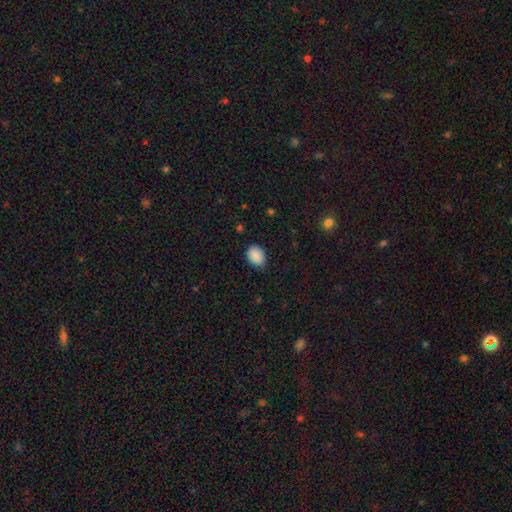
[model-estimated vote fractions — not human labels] Smooth or featured? Predicted: smooth (p=0.89). How rounded? Predicted: in between (p=0.65). Merging? Predicted: none (p=0.79).